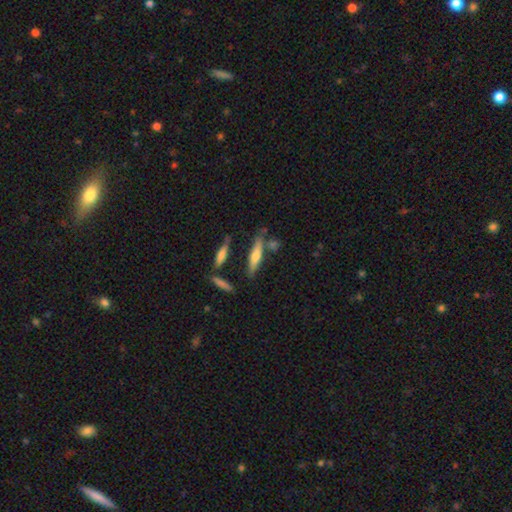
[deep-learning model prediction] This is possibly a featured or disk galaxy (48%). Merging: likely none (73%).